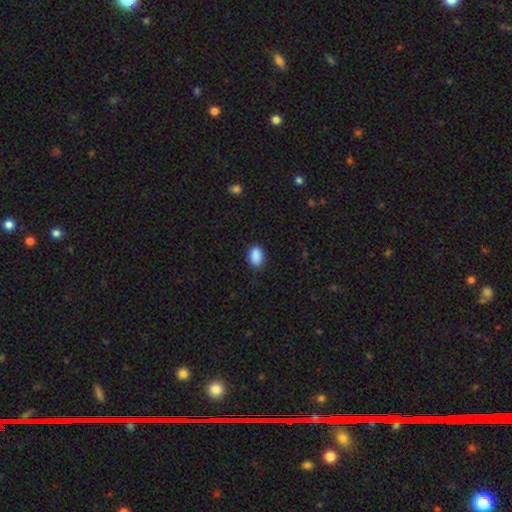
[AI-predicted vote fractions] Smooth or featured: smooth — 90% (star or artifact — 7%)
How rounded: in between — 84% (round — 15%)
Merging: none — 86% (minor disturbance — 10%)